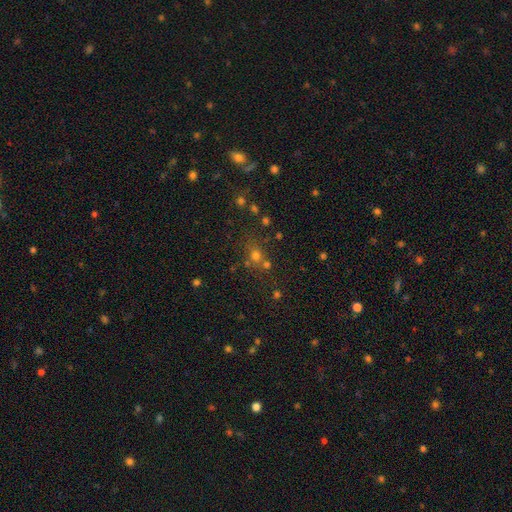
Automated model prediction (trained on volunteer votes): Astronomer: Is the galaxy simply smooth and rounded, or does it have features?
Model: smooth — 58%.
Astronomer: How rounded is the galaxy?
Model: round — 78%.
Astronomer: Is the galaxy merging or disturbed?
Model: none — 61%.